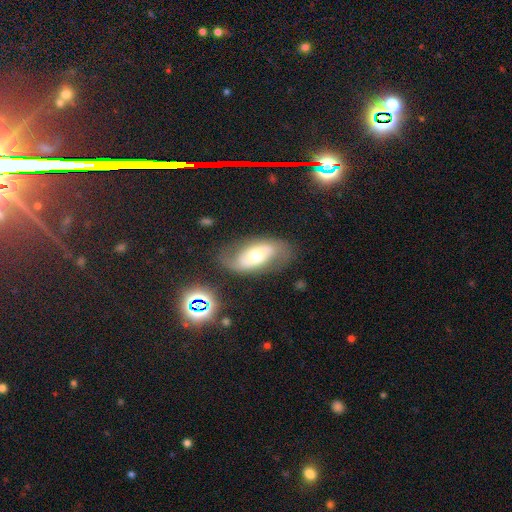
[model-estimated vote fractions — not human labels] The model was most divided on "bar": no: 58%, weak: 27%, strong: 15%. More confident: edge-on disk — no (91%); spiral arms — yes (76%); merging — none (66%); bulge size — moderate (66%); smooth or featured — featured or disk (62%).